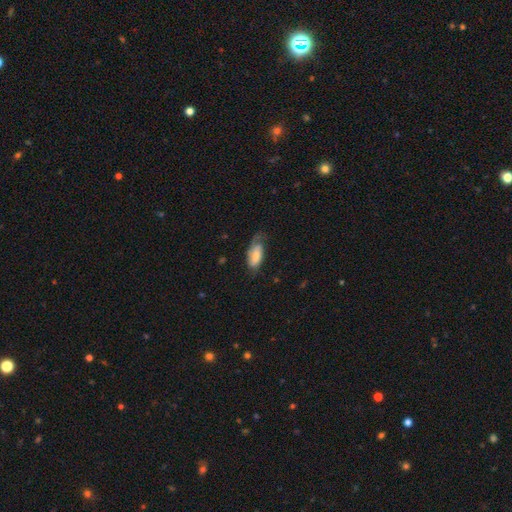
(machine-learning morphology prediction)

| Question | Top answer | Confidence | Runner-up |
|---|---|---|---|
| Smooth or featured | smooth | 56% | featured or disk (37%) |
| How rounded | in between | 86% | cigar-shaped (11%) |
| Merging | none | 39% | minor disturbance (32%) |